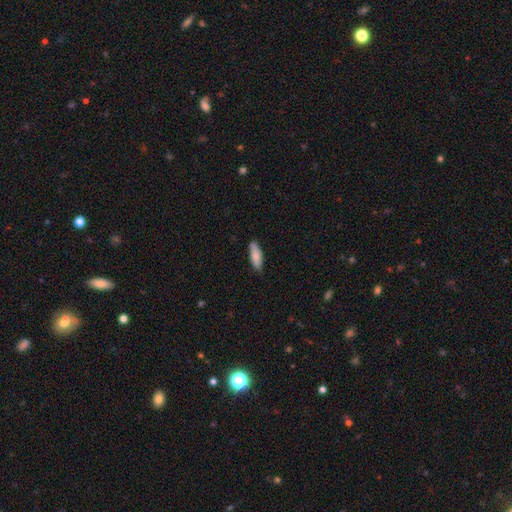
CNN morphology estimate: smooth 83%, featured or disk 11%, star or artifact 6%. Down the decision tree: how rounded — in between (54%); merging — none (83%).